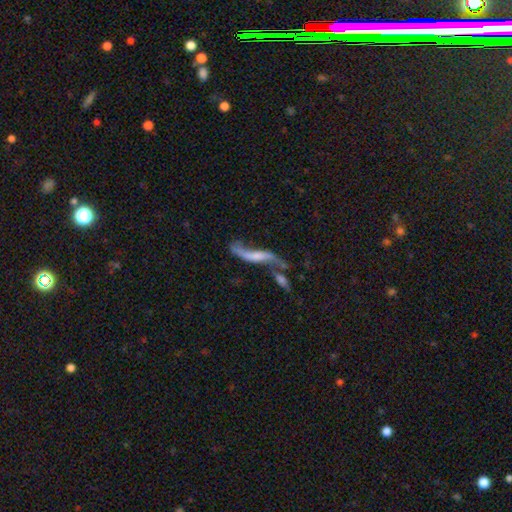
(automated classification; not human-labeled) A featured or disk galaxy (63%). Merging: merger (38%).